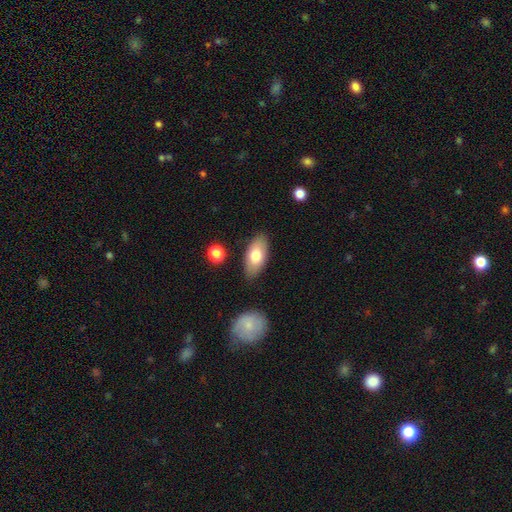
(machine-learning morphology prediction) Smooth or featured?
  - smooth: 73% *
  - featured or disk: 21%
  - star or artifact: 6%
How rounded?
  - in between: 90% *
  - cigar-shaped: 7%
  - round: 3%
Merging?
  - none: 83% *
  - minor disturbance: 12%
  - major disturbance: 3%
  - merger: 2%